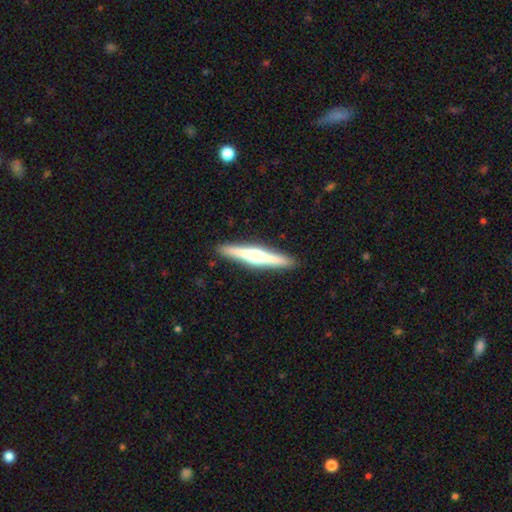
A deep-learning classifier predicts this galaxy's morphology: Smooth or featured? featured or disk (64%)
Edge-on disk? yes (98%)
Edge-on bulge? rounded (85%)
Merging? none (92%)